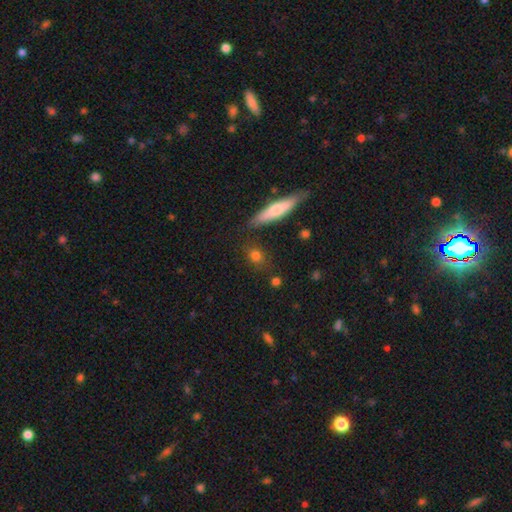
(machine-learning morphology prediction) Smooth or featured? smooth (78%)
How rounded? in between (48%)
Merging? none (79%)